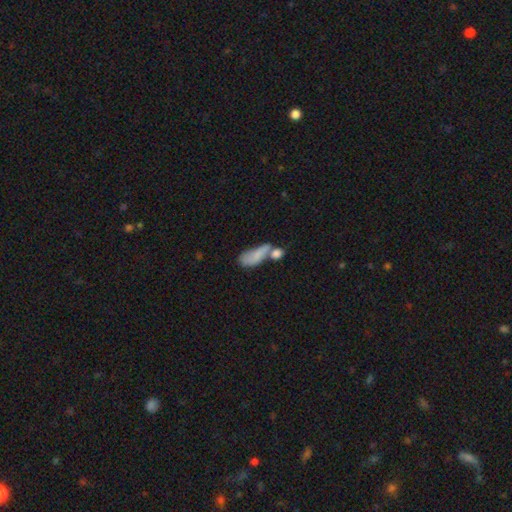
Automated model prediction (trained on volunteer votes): Smooth or featured?
  - smooth: 70% *
  - featured or disk: 21%
  - star or artifact: 9%
How rounded?
  - in between: 67% *
  - cigar-shaped: 27%
  - round: 6%
Merging?
  - merger: 52% *
  - none: 19%
  - major disturbance: 17%
  - minor disturbance: 13%